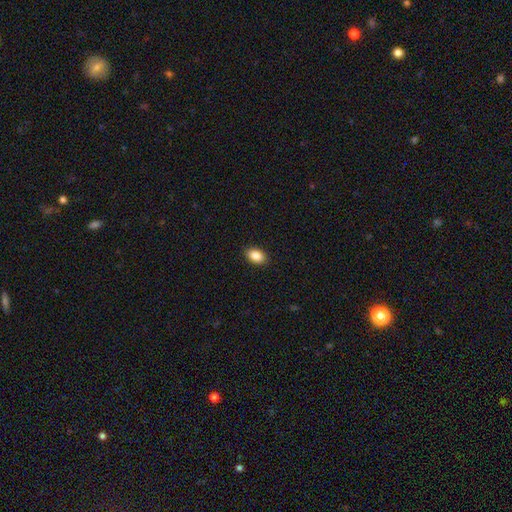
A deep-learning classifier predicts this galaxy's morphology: smooth-or-featured: smooth: 88% | star or artifact: 8% | featured or disk: 4%
  how-rounded: in between: 87% | round: 12% | cigar-shaped: 1%
  merging: none: 90% | minor disturbance: 7% | major disturbance: 2% | merger: 1%